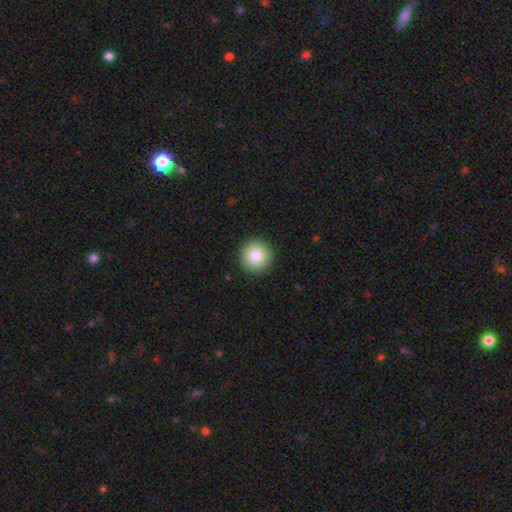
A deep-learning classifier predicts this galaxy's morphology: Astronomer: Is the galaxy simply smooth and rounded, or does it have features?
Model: smooth — 84%.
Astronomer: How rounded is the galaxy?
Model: round — 95%.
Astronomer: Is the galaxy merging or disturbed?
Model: none — 92%.